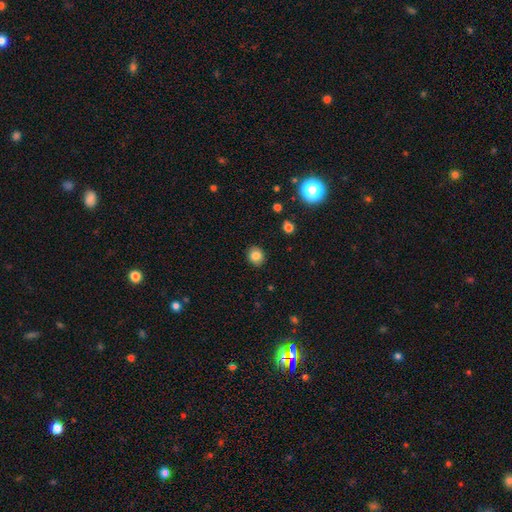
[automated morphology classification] Smooth or featured: smooth — 84% (star or artifact — 10%)
How rounded: round — 78% (in between — 21%)
Merging: none — 90% (minor disturbance — 7%)